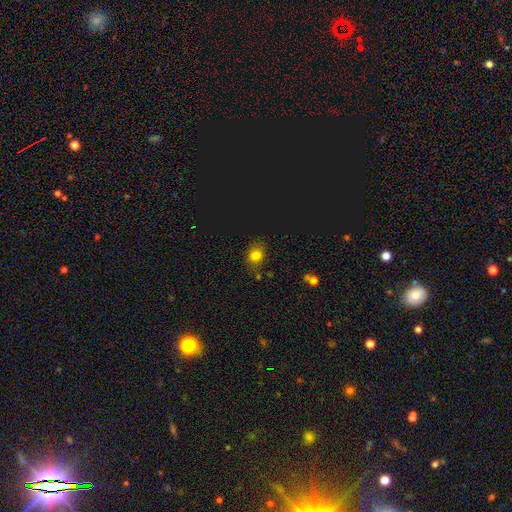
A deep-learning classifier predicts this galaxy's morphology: Smooth or featured? Predicted: smooth (p=0.74). How rounded? Predicted: round (p=0.67). Merging? Predicted: none (p=0.78).